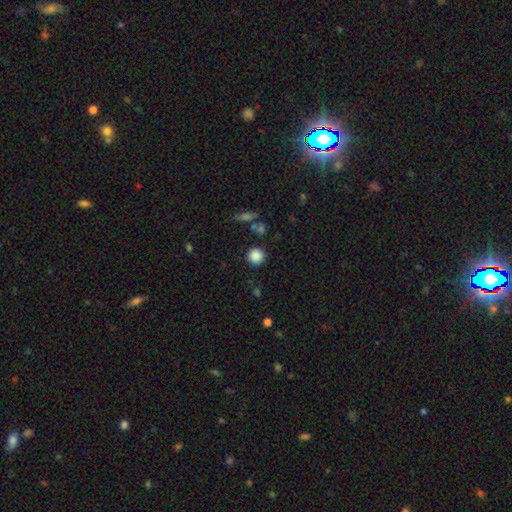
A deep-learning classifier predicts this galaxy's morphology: smooth_or_featured: smooth (p=0.86) [alt: star or artifact p=0.10]
how_rounded: round (p=0.93) [alt: in between p=0.06]
merging: none (p=0.86) [alt: minor disturbance p=0.08]